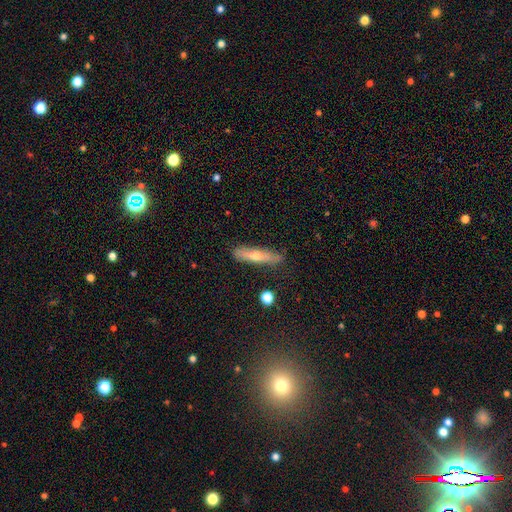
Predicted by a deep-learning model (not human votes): smooth-or-featured: smooth: 48% | featured or disk: 44% | star or artifact: 7%
  merging: none: 84% | minor disturbance: 12% | major disturbance: 2% | merger: 2%